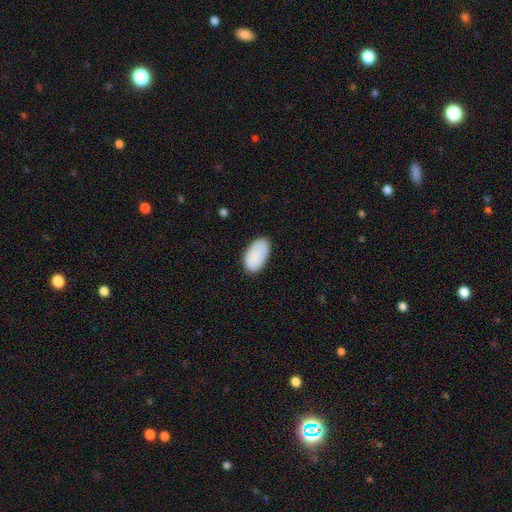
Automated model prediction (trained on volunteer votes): smooth 89%, star or artifact 6%, featured or disk 5%. Down the decision tree: how rounded — in between (96%); merging — none (80%).